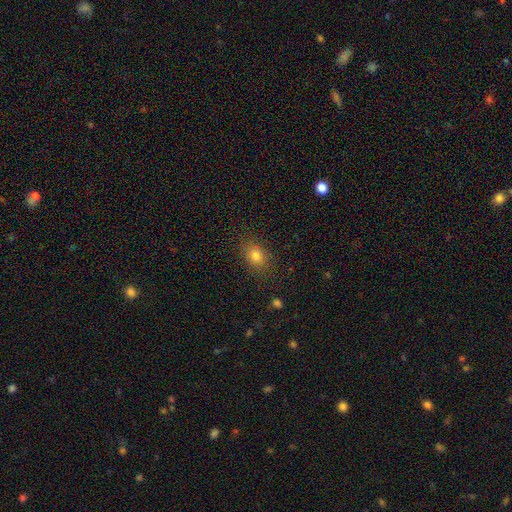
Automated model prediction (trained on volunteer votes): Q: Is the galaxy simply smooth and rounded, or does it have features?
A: smooth — 80%.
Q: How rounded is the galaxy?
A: in between — 59%.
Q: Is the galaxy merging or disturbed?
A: none — 83%.